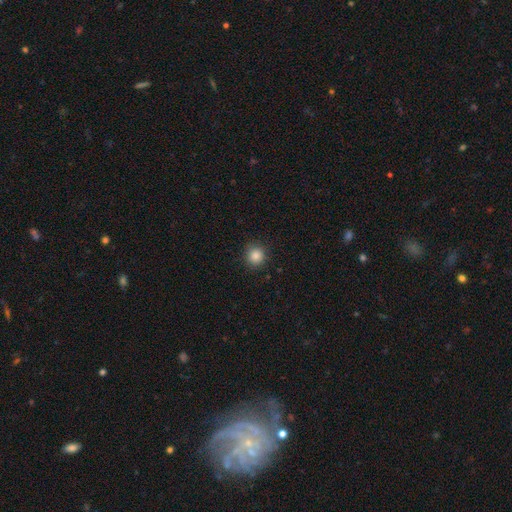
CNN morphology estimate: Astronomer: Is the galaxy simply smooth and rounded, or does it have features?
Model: smooth — 86%.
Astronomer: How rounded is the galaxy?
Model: round — 91%.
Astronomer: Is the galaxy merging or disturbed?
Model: none — 89%.